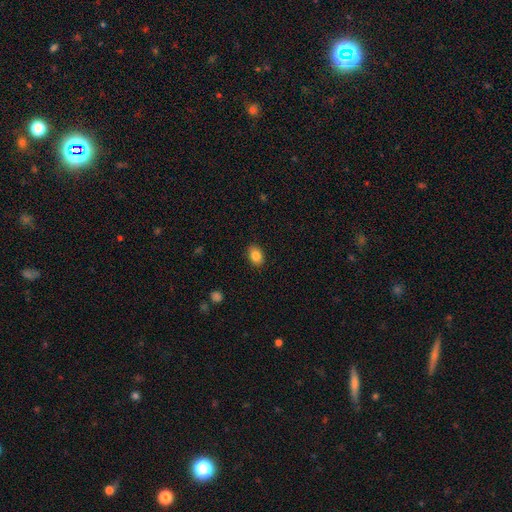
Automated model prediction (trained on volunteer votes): Morphology: type=smooth (85%); roundness=in between (76%); merging=none (87%).